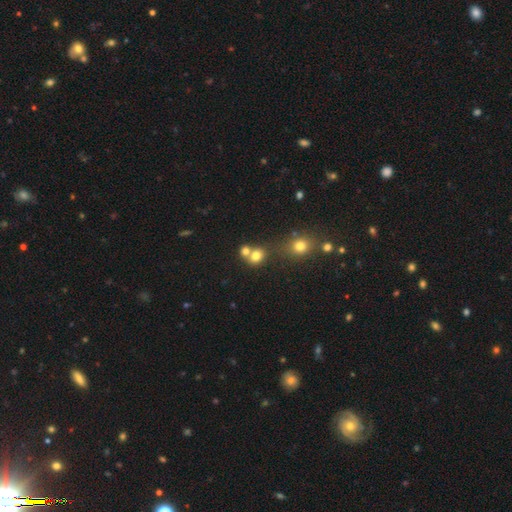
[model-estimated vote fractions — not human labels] A smooth galaxy with no disk features (76%) that is round (71%). Merging: merger (45%).